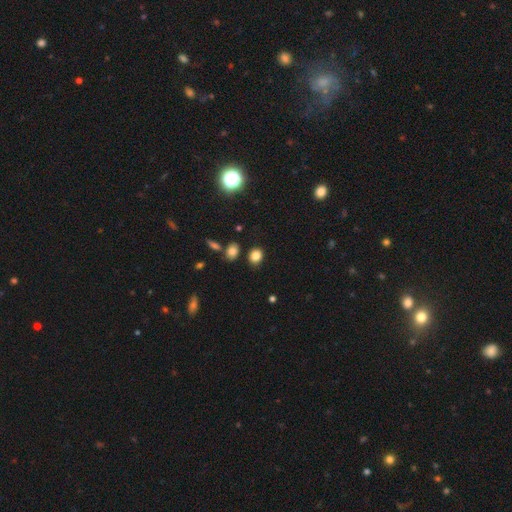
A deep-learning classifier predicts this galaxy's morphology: Smooth or featured? smooth (82%)
How rounded? round (57%)
Merging? none (82%)